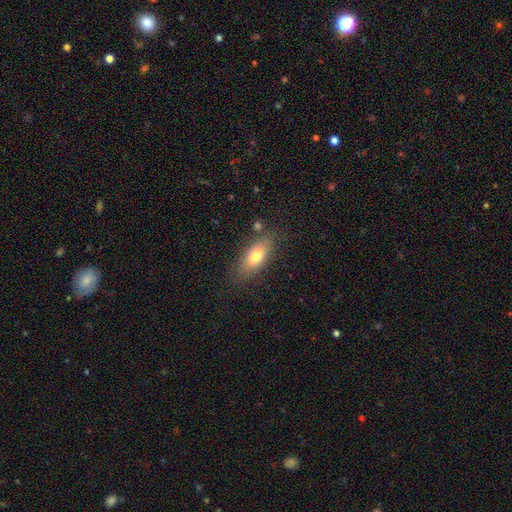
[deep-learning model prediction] Smooth or featured?
  - smooth: 74% *
  - featured or disk: 18%
  - star or artifact: 9%
How rounded?
  - in between: 81% *
  - cigar-shaped: 13%
  - round: 6%
Merging?
  - none: 80% *
  - minor disturbance: 13%
  - major disturbance: 4%
  - merger: 3%